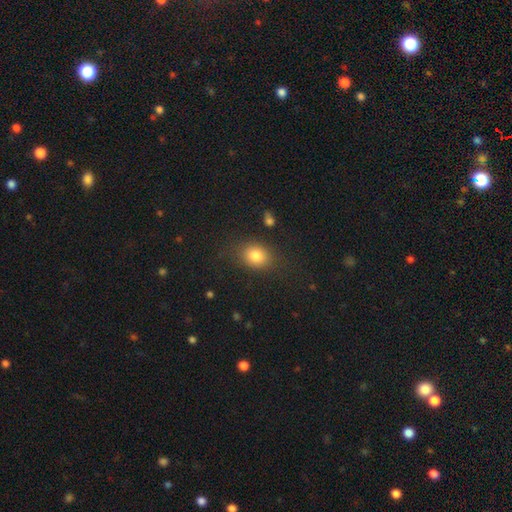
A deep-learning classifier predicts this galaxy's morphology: This is clearly a smooth galaxy (81%). How rounded: possibly in between (52%). Merging: likely none (80%).